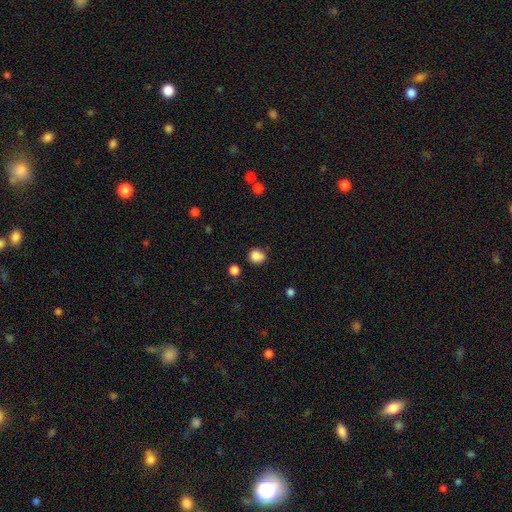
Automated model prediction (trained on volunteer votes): Smooth or featured?
  - smooth: 84% *
  - star or artifact: 11%
  - featured or disk: 5%
How rounded?
  - round: 70% *
  - in between: 29%
  - cigar-shaped: 1%
Merging?
  - none: 68% *
  - minor disturbance: 20%
  - merger: 7%
  - major disturbance: 5%